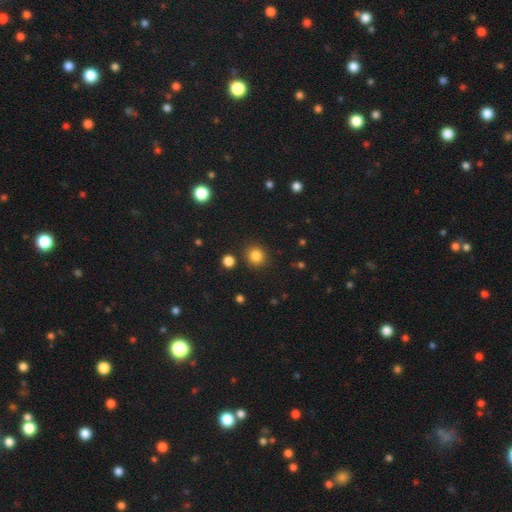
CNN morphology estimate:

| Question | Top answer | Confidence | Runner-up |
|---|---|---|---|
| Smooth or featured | smooth | 84% | star or artifact (12%) |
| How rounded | round | 89% | in between (10%) |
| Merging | none | 88% | minor disturbance (6%) |